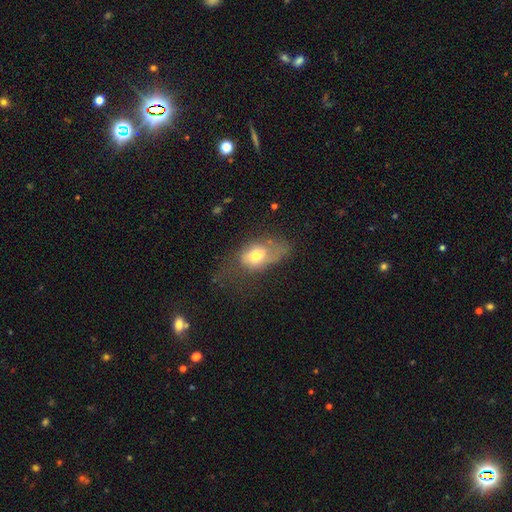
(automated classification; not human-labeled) Overall: smooth (59%; featured or disk 32%). How rounded: in between (77%). Merging: major disturbance (42%; none 28%).